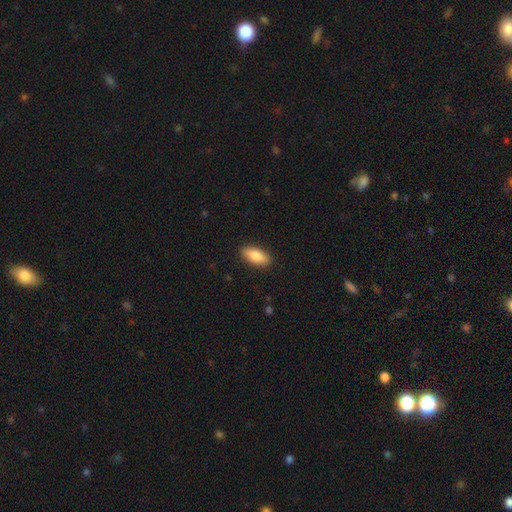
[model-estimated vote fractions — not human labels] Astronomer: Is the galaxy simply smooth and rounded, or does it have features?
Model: smooth — 86%.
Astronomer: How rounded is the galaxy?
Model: in between — 84%.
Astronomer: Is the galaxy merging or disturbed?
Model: none — 89%.